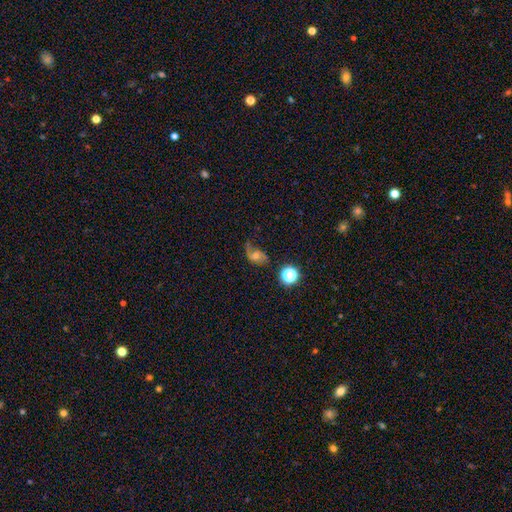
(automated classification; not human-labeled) This is possibly a featured or disk galaxy (53%). It is clearly not viewed edge-on (96%). Bar: likely no (66%). Spiral arm pattern: clearly yes (84%). Central bulge: possibly moderate (50%). Merging: marginally none (39%).